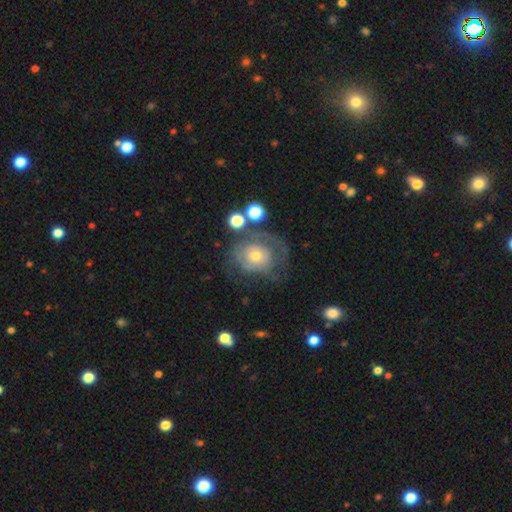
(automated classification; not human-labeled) Smooth or featured? featured or disk (60%)
Edge-on disk? no (97%)
Bar? no (85%)
Spiral arms? yes (60%)
Bulge size? small (49%)
Merging? none (49%)